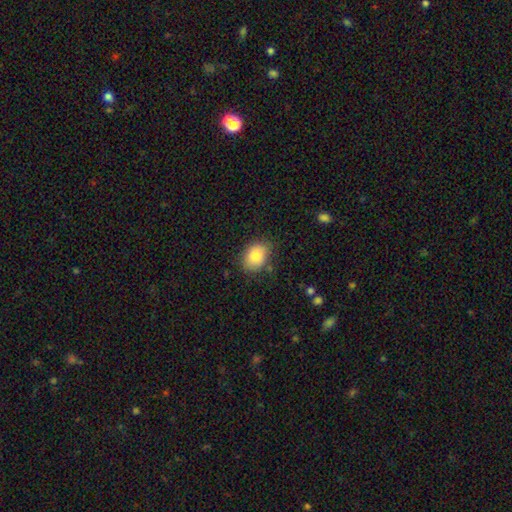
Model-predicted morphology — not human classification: Smooth or featured? smooth (84%)
How rounded? in between (72%)
Merging? none (78%)